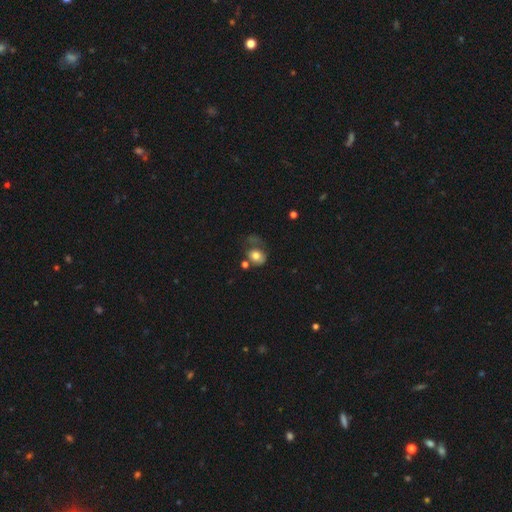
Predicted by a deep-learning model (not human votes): The model was most divided on "how rounded": in between: 50%, round: 49%, cigar-shaped: 1%. Remaining: smooth or featured — smooth (71%); merging — none (34%).